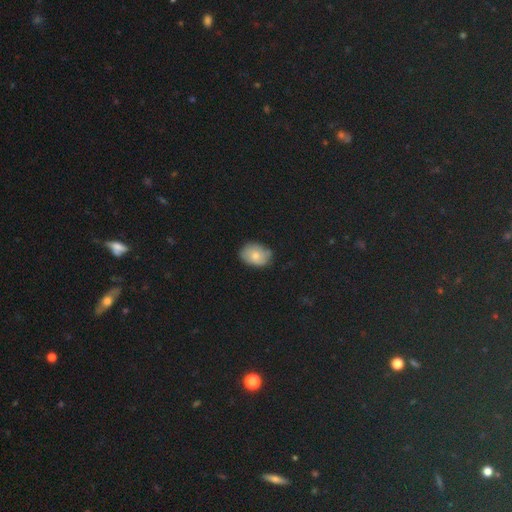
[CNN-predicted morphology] Q: Smooth or featured?
A: smooth (75%); runner-up: featured or disk (15%)
Q: How rounded?
A: in between (74%); runner-up: round (25%)
Q: Merging?
A: none (76%); runner-up: minor disturbance (20%)